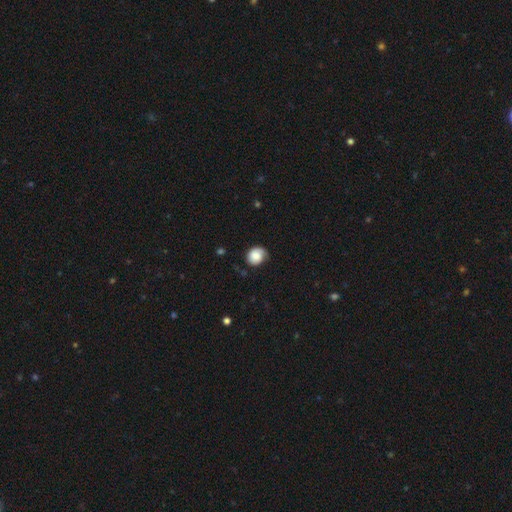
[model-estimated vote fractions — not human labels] smooth 78%, featured or disk 14%, star or artifact 8%. Down the decision tree: how rounded — round (68%); merging — none (64%).